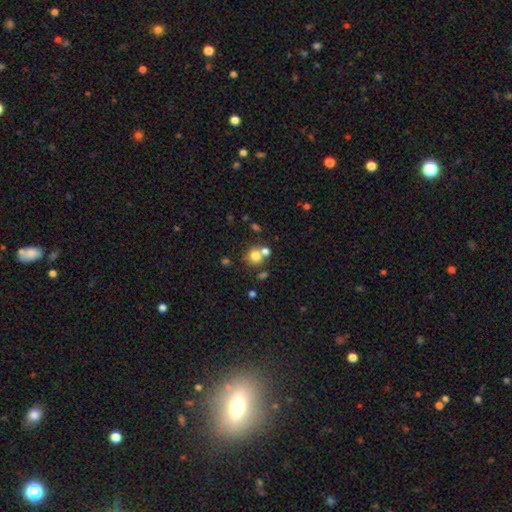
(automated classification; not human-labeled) Smooth or featured?
  - smooth: 75% *
  - star or artifact: 14%
  - featured or disk: 12%
How rounded?
  - round: 80% *
  - in between: 19%
  - cigar-shaped: 1%
Merging?
  - none: 53% *
  - merger: 33%
  - minor disturbance: 10%
  - major disturbance: 5%